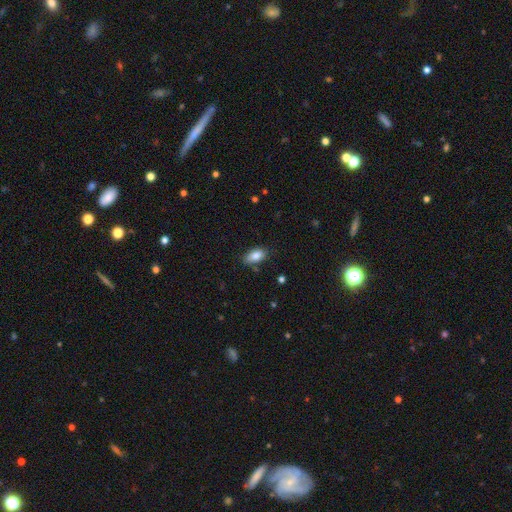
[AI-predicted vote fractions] A smooth galaxy with no disk features (85%) that is in between round and cigar-shaped (91%). Merging: none (76%).